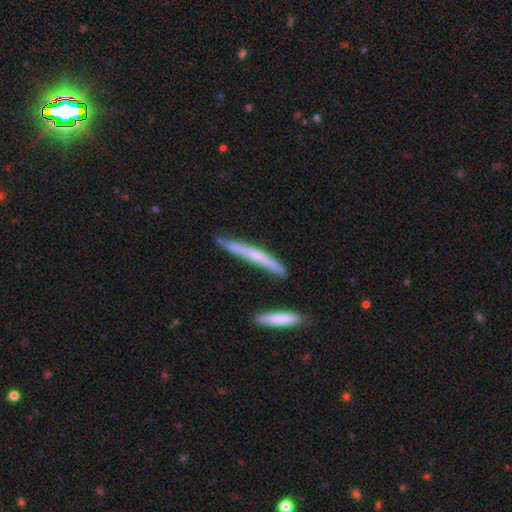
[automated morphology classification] A smooth galaxy with no disk features (48%). Merging: none (75%).